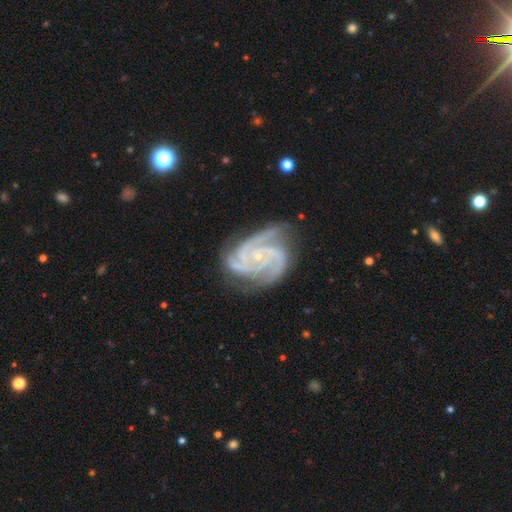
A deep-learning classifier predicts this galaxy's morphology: The model was most divided on "spiral winding": tight: 57%, medium: 38%, loose: 5%. More confident: spiral arms — yes (99%); edge-on disk — no (98%); smooth or featured — featured or disk (91%); bulge size — small (80%); merging — none (73%); bar — no (61%); spiral arm count — 3 (53%).